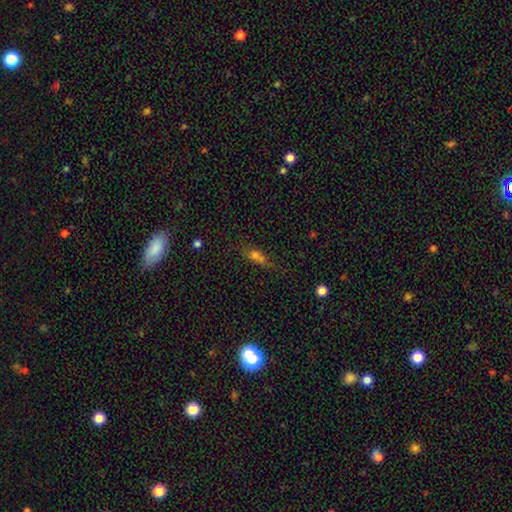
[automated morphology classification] Smooth or featured?
  - smooth: 60% *
  - star or artifact: 22%
  - featured or disk: 18%
How rounded?
  - in between: 54% *
  - cigar-shaped: 26%
  - round: 20%
Merging?
  - none: 46% *
  - merger: 22%
  - minor disturbance: 20%
  - major disturbance: 12%